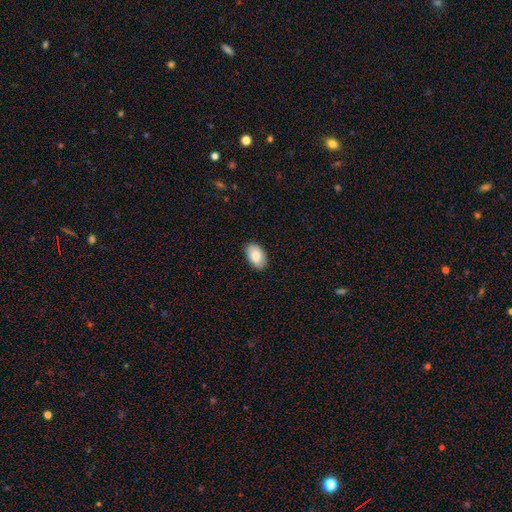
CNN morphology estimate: smooth-or-featured: smooth: 84% | featured or disk: 10% | star or artifact: 6%
  how-rounded: in between: 93% | round: 6% | cigar-shaped: 1%
  merging: none: 87% | minor disturbance: 10% | major disturbance: 2% | merger: 1%